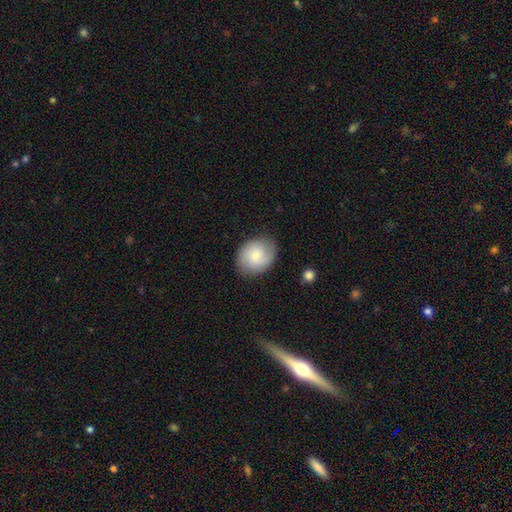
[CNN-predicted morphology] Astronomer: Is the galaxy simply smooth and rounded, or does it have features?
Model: smooth — 65%.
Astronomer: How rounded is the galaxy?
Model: round — 54% (runner-up: in between, 45%).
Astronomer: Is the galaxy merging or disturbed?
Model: none — 79%.